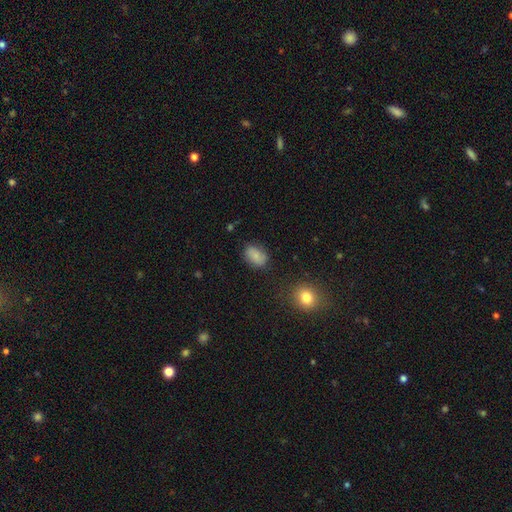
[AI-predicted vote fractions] Morphology: type=smooth (77%); roundness=in between (84%); merging=none (75%).